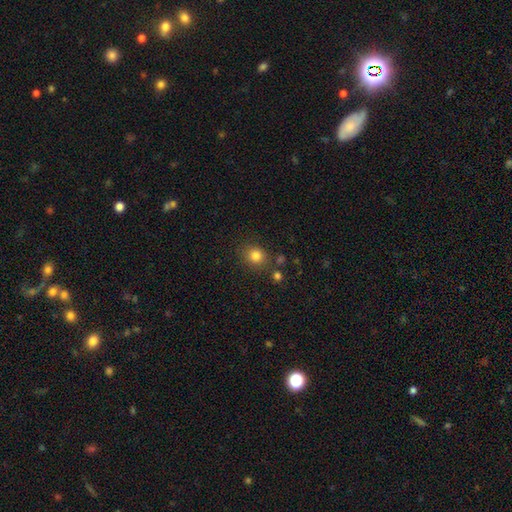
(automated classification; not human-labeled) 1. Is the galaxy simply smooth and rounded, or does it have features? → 82% smooth, 12% star or artifact, 6% featured or disk.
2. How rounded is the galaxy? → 75% round, 24% in between, 1% cigar-shaped.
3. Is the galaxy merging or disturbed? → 80% none, 10% minor disturbance, 6% merger, 4% major disturbance.